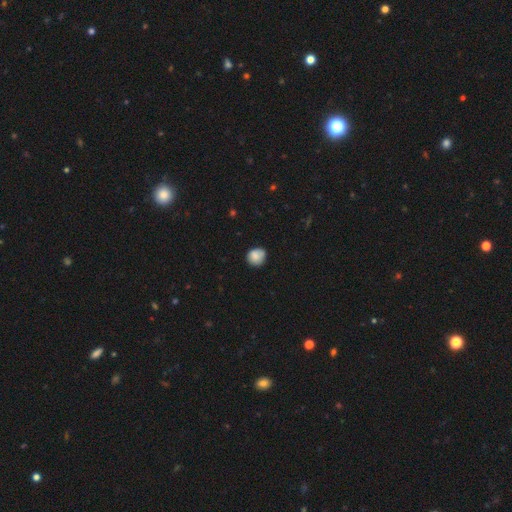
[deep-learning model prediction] Smooth or featured?
  - smooth: 83% *
  - star or artifact: 9%
  - featured or disk: 8%
How rounded?
  - round: 85% *
  - in between: 14%
  - cigar-shaped: 1%
Merging?
  - none: 71% *
  - minor disturbance: 22%
  - major disturbance: 4%
  - merger: 3%